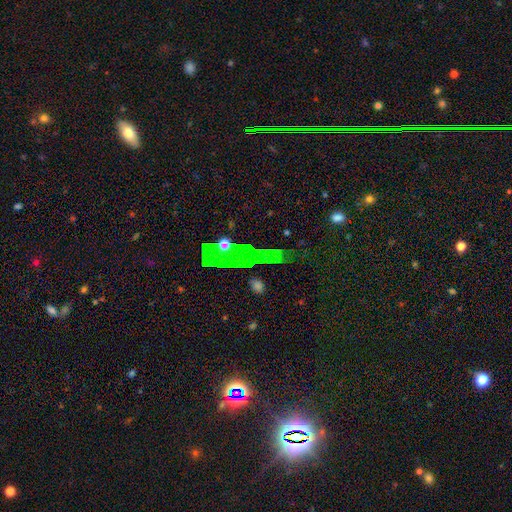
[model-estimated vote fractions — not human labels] Smooth or featured?
  - star or artifact: 47% *
  - smooth: 29%
  - featured or disk: 24%